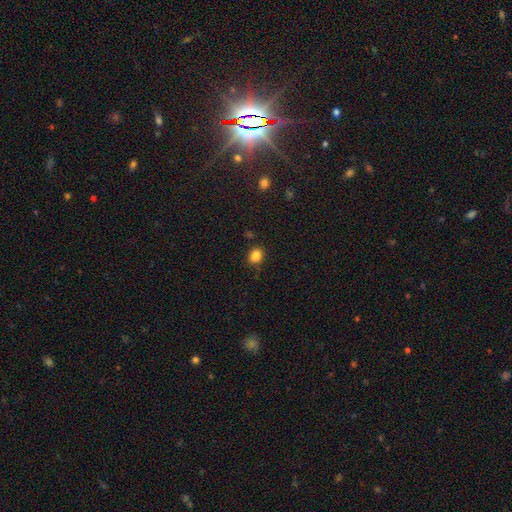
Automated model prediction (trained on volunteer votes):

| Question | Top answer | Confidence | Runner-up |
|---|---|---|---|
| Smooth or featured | smooth | 85% | star or artifact (11%) |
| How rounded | round | 52% | in between (47%) |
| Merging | none | 84% | minor disturbance (11%) |